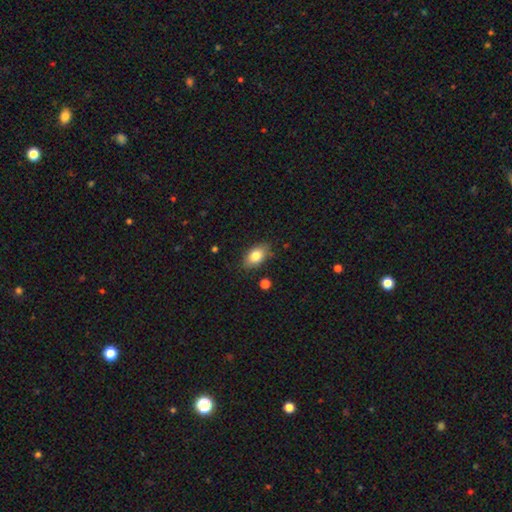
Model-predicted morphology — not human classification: A smooth galaxy with no disk features (81%) that is in between round and cigar-shaped (88%).

Vote fractions:
- Smooth or featured? smooth: 81% / featured or disk: 11% / star or artifact: 8%
- How rounded? in between: 88% / round: 10% / cigar-shaped: 2%
- Merging? none: 81% / minor disturbance: 14% / major disturbance: 3% / merger: 2%